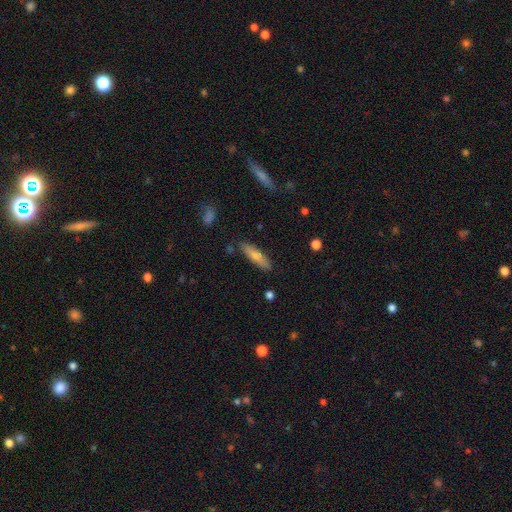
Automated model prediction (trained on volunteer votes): Smooth or featured: smooth — 67% (featured or disk — 27%)
How rounded: cigar-shaped — 70% (in between — 28%)
Merging: none — 85% (minor disturbance — 11%)